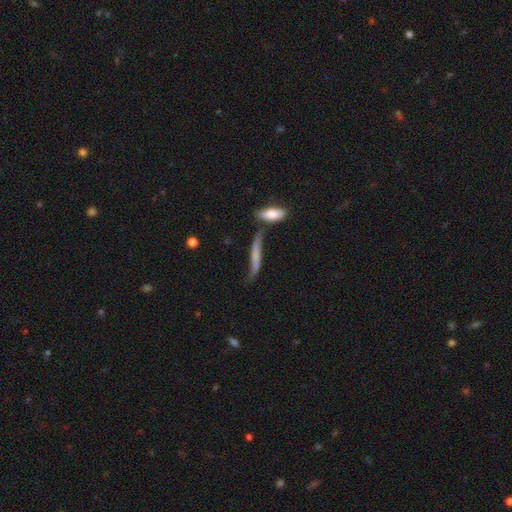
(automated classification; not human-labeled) Overall: featured or disk (48%; smooth 44%). Merging: none (46%; minor disturbance 26%).